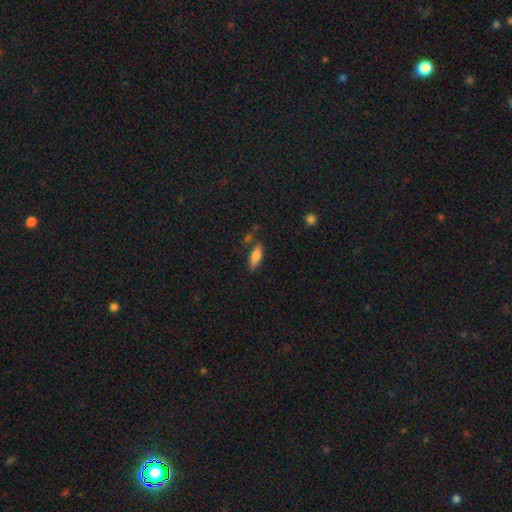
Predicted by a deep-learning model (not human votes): Q: Smooth or featured?
A: smooth (82%); runner-up: featured or disk (10%)
Q: How rounded?
A: in between (64%); runner-up: cigar-shaped (33%)
Q: Merging?
A: none (71%); runner-up: minor disturbance (17%)